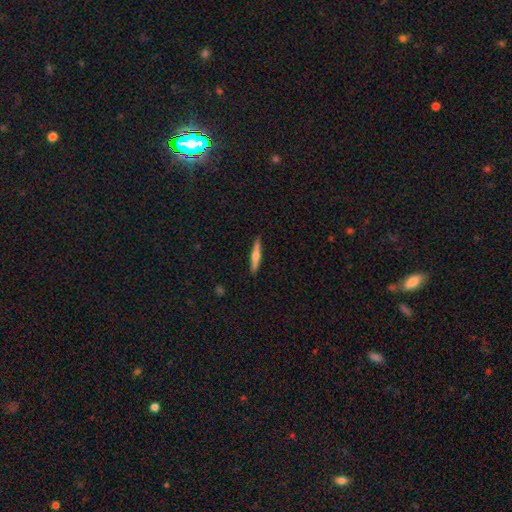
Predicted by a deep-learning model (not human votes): Smooth or featured? featured or disk (54%)
Edge-on disk? yes (97%)
Edge-on bulge? rounded (86%)
Merging? none (91%)